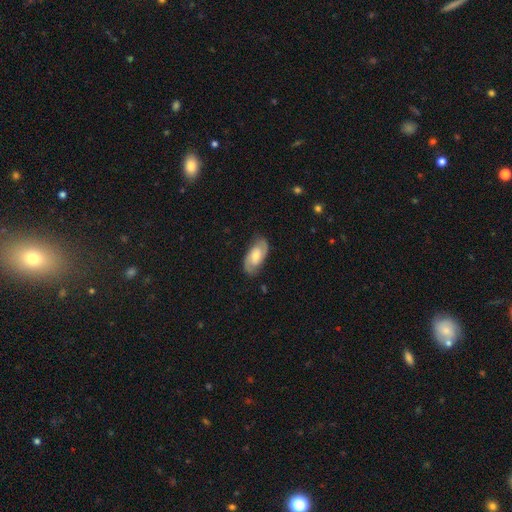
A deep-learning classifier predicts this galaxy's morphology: Smooth or featured?
  - featured or disk: 66% *
  - smooth: 28%
  - star or artifact: 6%
Edge-on disk?
  - no: 95% *
  - yes: 5%
Bar?
  - no: 50% *
  - weak: 40%
  - strong: 10%
Spiral arms?
  - yes: 91% *
  - no: 9%
Spiral winding?
  - medium: 44% *
  - tight: 39%
  - loose: 17%
Spiral arm count?
  - 2: 86% *
  - can't tell: 9%
  - 1: 2%
  - 3: 1%
  - 4: 1%
  - more than 4: 1%
Bulge size?
  - moderate: 53% *
  - small: 31%
  - large: 9%
  - none: 5%
  - dominant: 1%
Merging?
  - none: 79% *
  - minor disturbance: 16%
  - major disturbance: 4%
  - merger: 1%